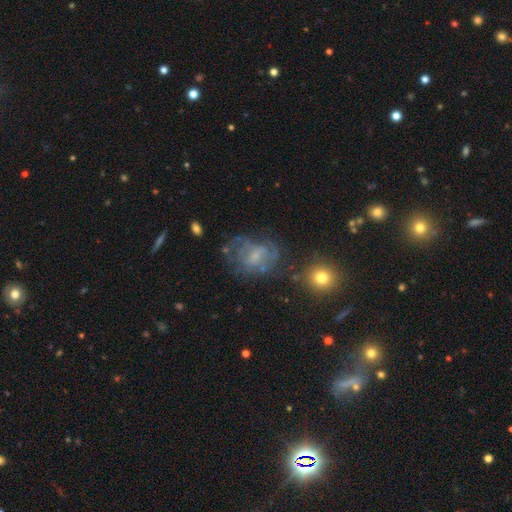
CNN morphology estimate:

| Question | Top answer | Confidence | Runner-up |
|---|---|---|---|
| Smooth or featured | featured or disk | 59% | smooth (27%) |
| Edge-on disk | no | 97% | yes (3%) |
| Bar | no | 57% | weak (36%) |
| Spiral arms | yes | 54% | no (46%) |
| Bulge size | small | 41% | moderate (27%) |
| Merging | none | 49% | major disturbance (25%) |